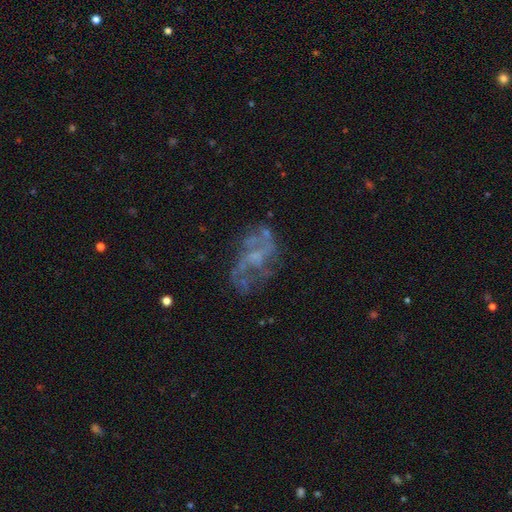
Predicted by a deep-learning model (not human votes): Overall: featured or disk (74%). Edge-on disk: no (97%). Bar: no (61%; weak 32%). Spiral arms: yes (65%; no 35%). Bulge size: none (42%; small 37%). Merging: none (55%; major disturbance 22%).